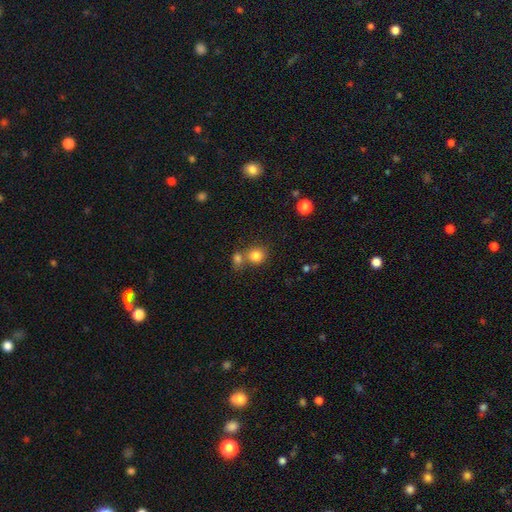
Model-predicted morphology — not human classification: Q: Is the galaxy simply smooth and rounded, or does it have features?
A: smooth — 81%.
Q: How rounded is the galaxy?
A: round — 83%.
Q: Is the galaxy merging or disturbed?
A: none — 54%.